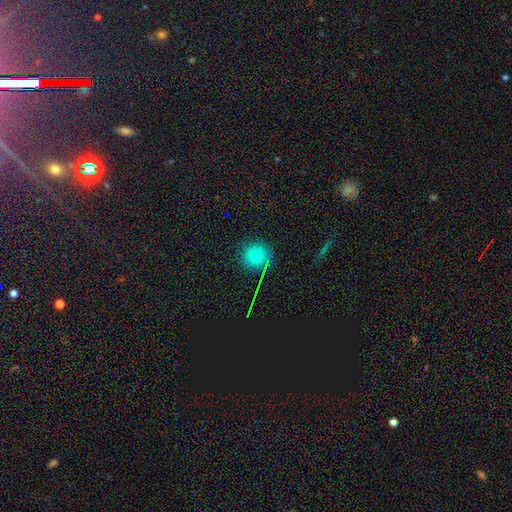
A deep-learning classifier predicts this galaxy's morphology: Smooth or featured?
  - smooth: 73% *
  - star or artifact: 20%
  - featured or disk: 7%
How rounded?
  - round: 92% *
  - in between: 7%
  - cigar-shaped: 1%
Merging?
  - none: 84% *
  - minor disturbance: 10%
  - major disturbance: 3%
  - merger: 2%